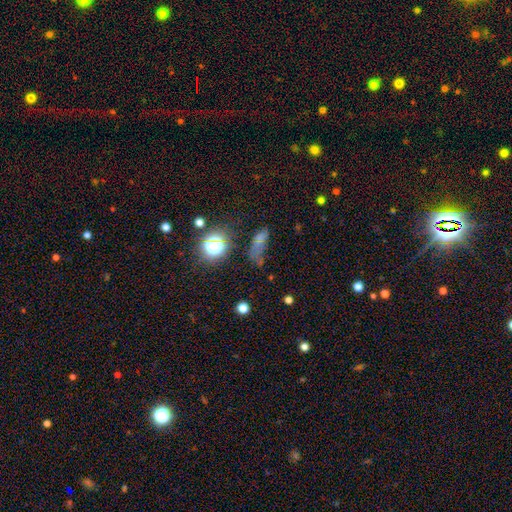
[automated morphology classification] Smooth or featured? Predicted: star or artifact (p=0.45).